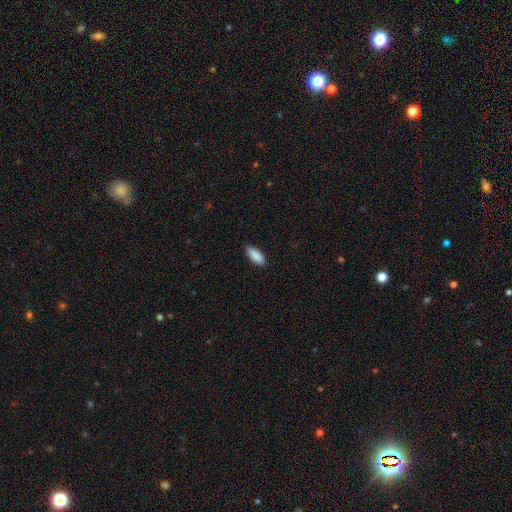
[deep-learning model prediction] The model was most divided on "how rounded": in between: 84%, cigar-shaped: 14%, round: 2%. More confident: smooth or featured — smooth (90%); merging — none (89%).